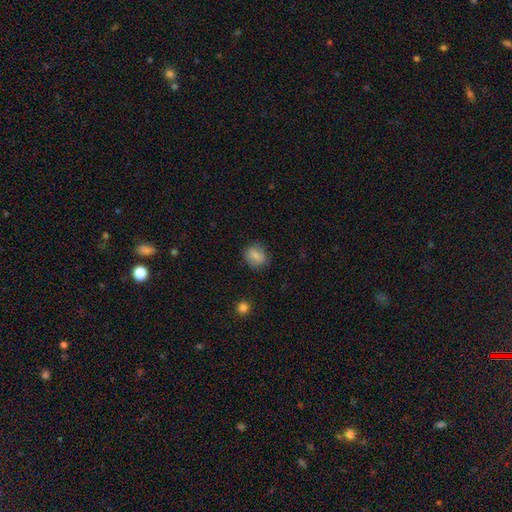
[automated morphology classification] type=smooth (80%); roundness=round (69%); merging=none (81%).